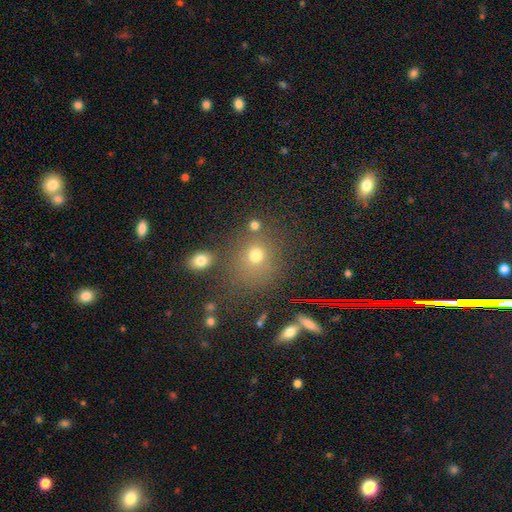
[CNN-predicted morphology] smooth-or-featured: smooth: 69% | star or artifact: 21% | featured or disk: 10%
  how-rounded: round: 77% | in between: 22% | cigar-shaped: 1%
  merging: none: 72% | minor disturbance: 12% | merger: 10% | major disturbance: 6%